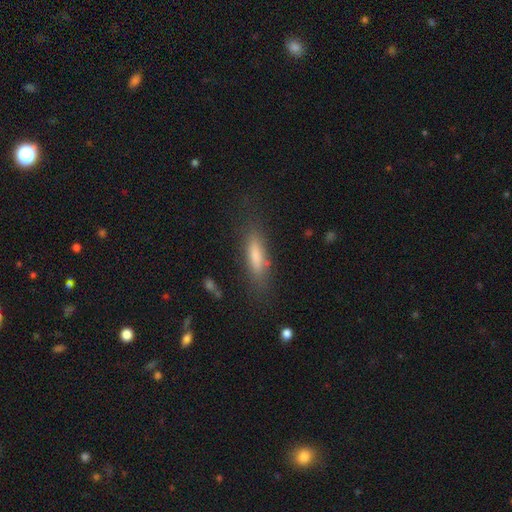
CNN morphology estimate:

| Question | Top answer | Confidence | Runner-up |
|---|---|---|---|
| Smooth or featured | smooth | 71% | featured or disk (20%) |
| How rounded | cigar-shaped | 66% | in between (32%) |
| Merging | none | 77% | minor disturbance (15%) |